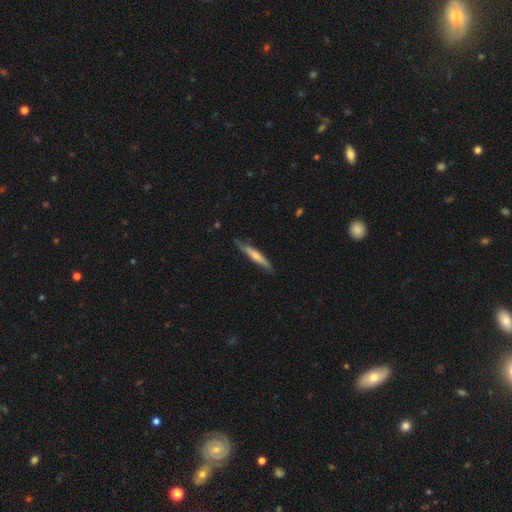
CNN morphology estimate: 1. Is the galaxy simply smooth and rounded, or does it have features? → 55% smooth, 40% featured or disk, 5% star or artifact.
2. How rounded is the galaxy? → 91% cigar-shaped, 7% in between, 1% round.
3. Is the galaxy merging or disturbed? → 73% none, 21% minor disturbance, 3% major disturbance, 2% merger.